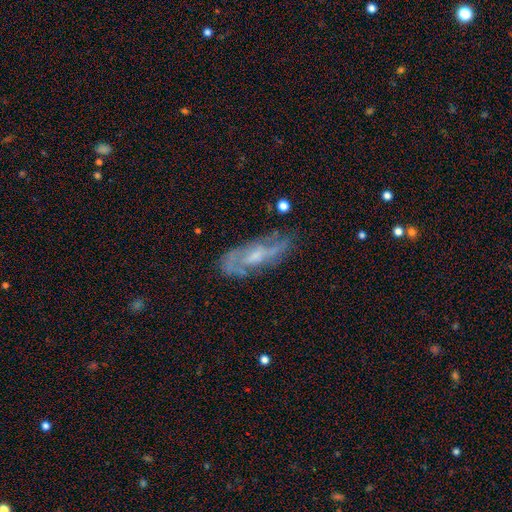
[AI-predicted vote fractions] Overall: featured or disk (73%). Edge-on disk: no (83%). Bar: no (50%; weak 40%). Spiral arms: yes (82%). Bulge size: small (43%; moderate 41%). Merging: none (66%).